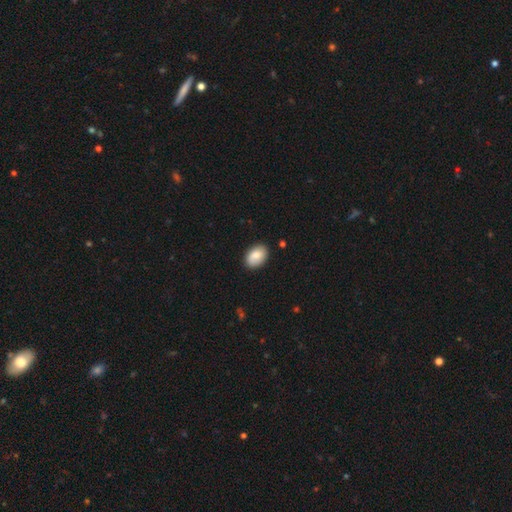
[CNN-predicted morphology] This is clearly a smooth galaxy (83%). How rounded: clearly in between (87%). Merging: clearly none (86%).